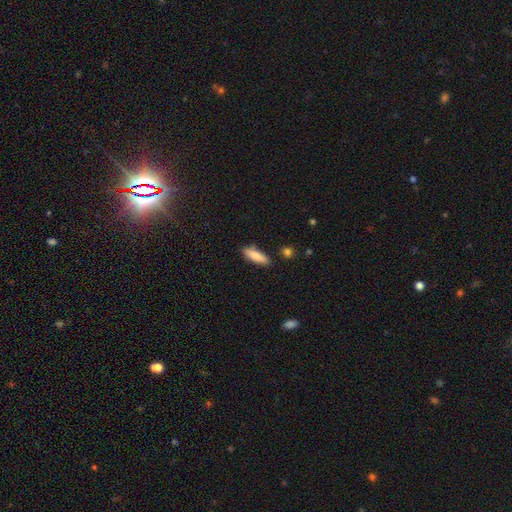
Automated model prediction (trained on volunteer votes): Smooth or featured: smooth — 83% (featured or disk — 11%)
How rounded: cigar-shaped — 59% (in between — 39%)
Merging: none — 84% (minor disturbance — 11%)